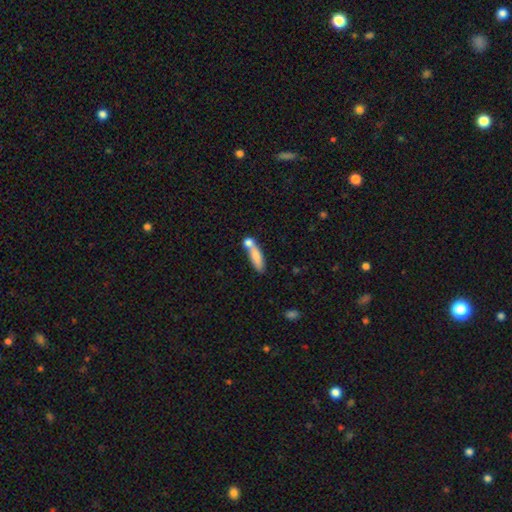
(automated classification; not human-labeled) Q: Smooth or featured?
A: smooth (75%); runner-up: featured or disk (18%)
Q: How rounded?
A: cigar-shaped (65%); runner-up: in between (32%)
Q: Merging?
A: none (42%); runner-up: merger (38%)